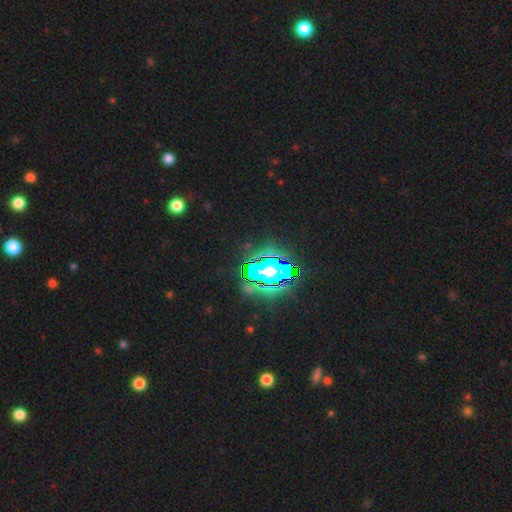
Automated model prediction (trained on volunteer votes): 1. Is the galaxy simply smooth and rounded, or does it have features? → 86% star or artifact, 8% smooth, 6% featured or disk.